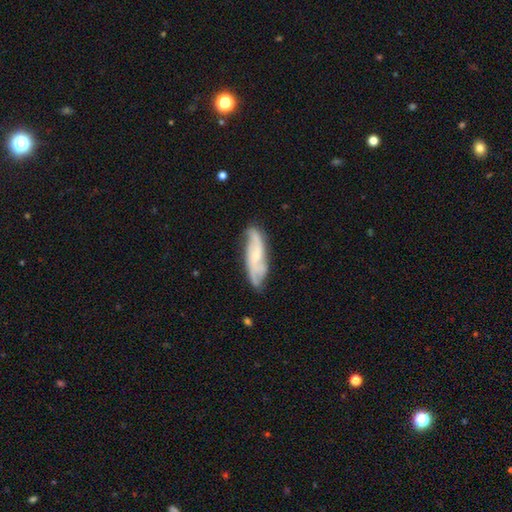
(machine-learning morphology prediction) This is likely a featured or disk galaxy (73%). It is clearly not viewed edge-on (84%). Bar: possibly no (58%). Spiral arm pattern: clearly yes (94%). Spiral arm count: marginally 2 (39%). Spiral winding: marginally medium (44%). Central bulge: likely small (64%). Merging: likely none (73%).